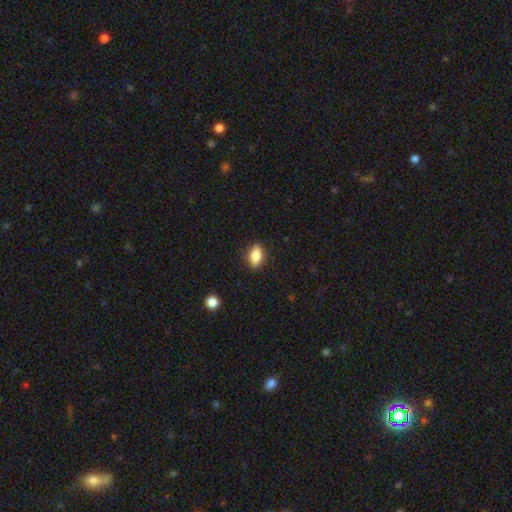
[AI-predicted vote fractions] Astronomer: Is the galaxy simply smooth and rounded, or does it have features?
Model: smooth — 85%.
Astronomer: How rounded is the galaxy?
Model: in between — 87%.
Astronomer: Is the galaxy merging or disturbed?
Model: none — 87%.